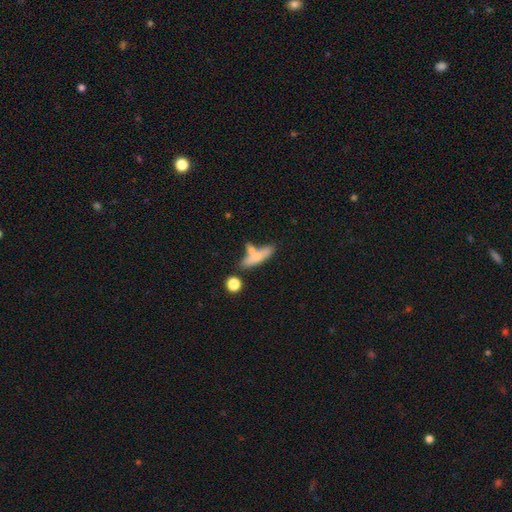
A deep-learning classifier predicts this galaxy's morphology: smooth 68%, featured or disk 24%, star or artifact 8%. Down the decision tree: how rounded — cigar-shaped (65%); merging — none (52%).